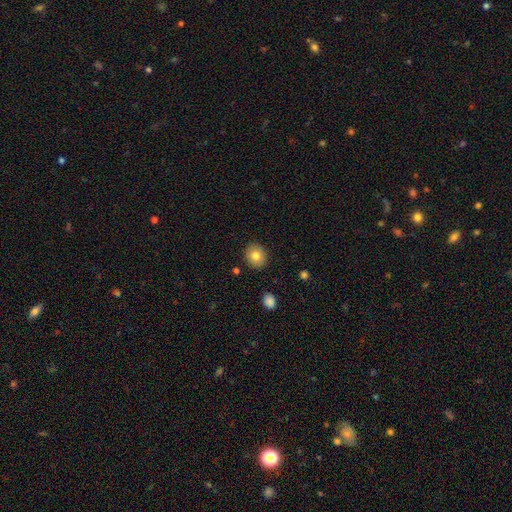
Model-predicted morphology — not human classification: Overall: smooth (79%). How rounded: round (75%). Merging: none (89%).